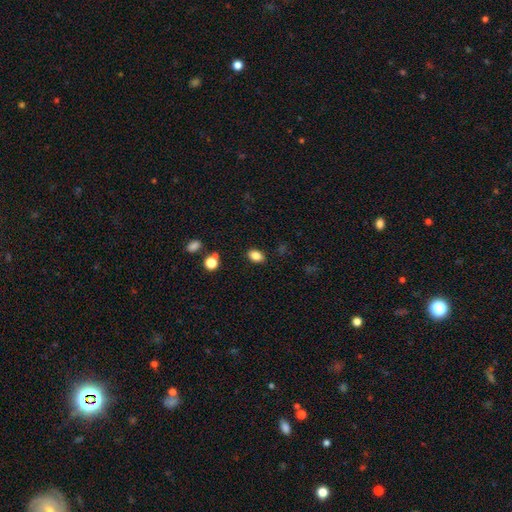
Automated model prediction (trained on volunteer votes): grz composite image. It shows a smooth galaxy with no disk features (84%) that is in between round and cigar-shaped (82%). Merging: none (85%).